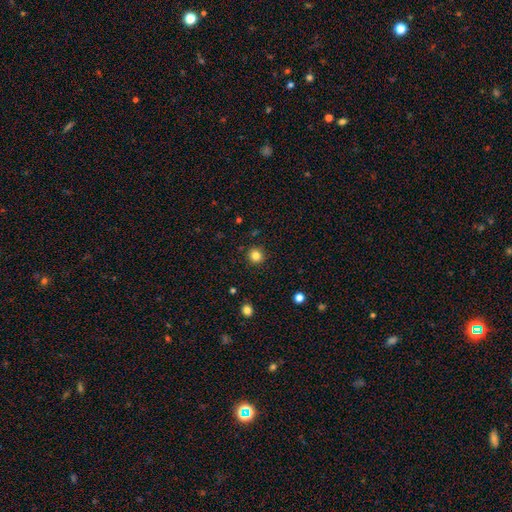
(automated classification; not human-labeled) Overall: smooth (82%). How rounded: round (93%). Merging: none (91%).